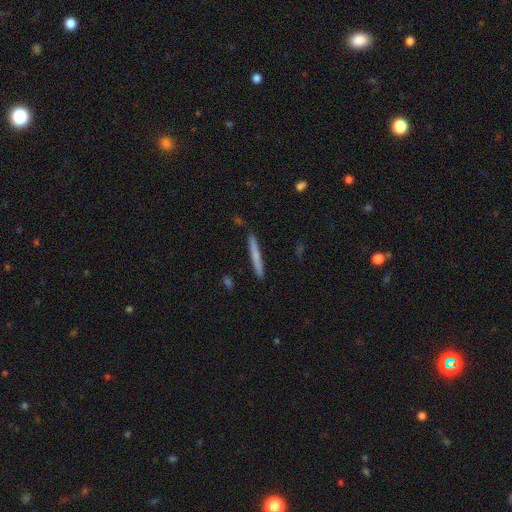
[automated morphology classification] Smooth or featured?
  - smooth: 60% *
  - featured or disk: 34%
  - star or artifact: 6%
How rounded?
  - cigar-shaped: 97% *
  - in between: 2%
  - round: 1%
Merging?
  - none: 90% *
  - minor disturbance: 7%
  - major disturbance: 1%
  - merger: 1%